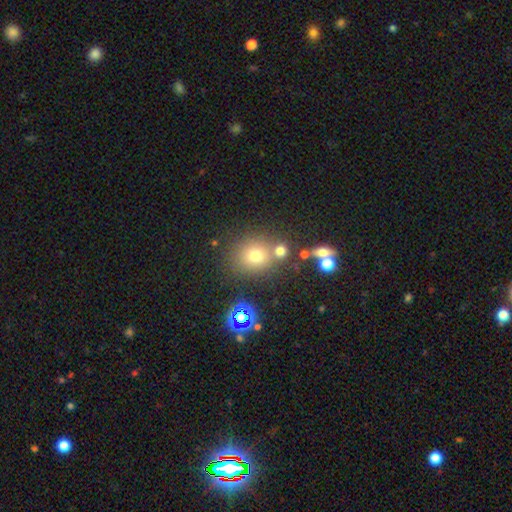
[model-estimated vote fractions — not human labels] Smooth or featured? smooth (67%)
How rounded? round (79%)
Merging? none (70%)